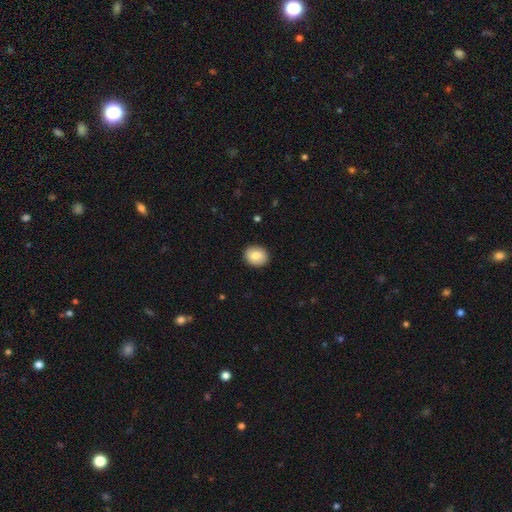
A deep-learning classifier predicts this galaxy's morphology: Smooth or featured?
  - smooth: 82% *
  - featured or disk: 11%
  - star or artifact: 7%
How rounded?
  - round: 68% *
  - in between: 31%
  - cigar-shaped: 1%
Merging?
  - none: 91% *
  - minor disturbance: 6%
  - major disturbance: 2%
  - merger: 1%